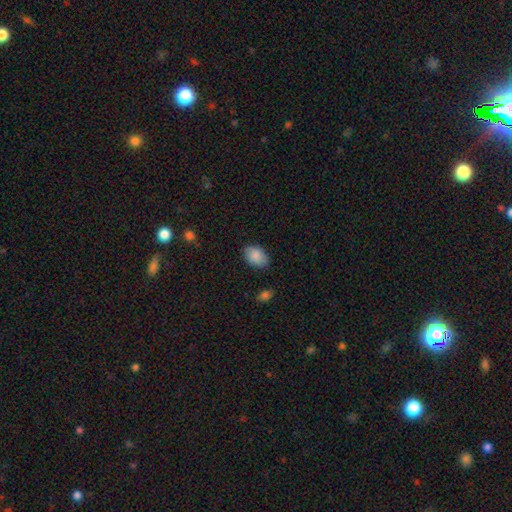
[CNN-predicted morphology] Overall: smooth (88%). How rounded: in between (86%). Merging: none (82%).